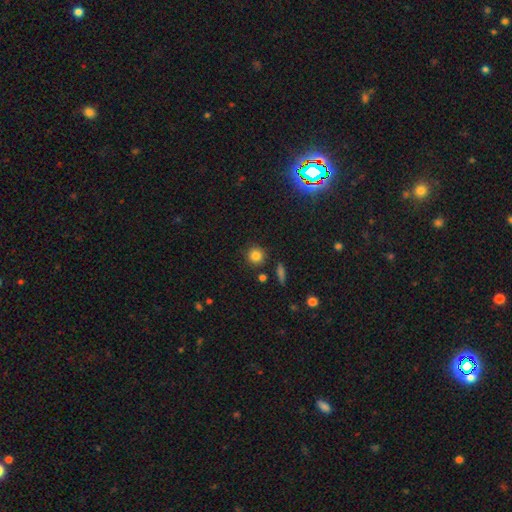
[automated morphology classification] Smooth or featured: smooth — 83% (star or artifact — 12%)
How rounded: round — 92% (in between — 7%)
Merging: none — 86% (minor disturbance — 8%)